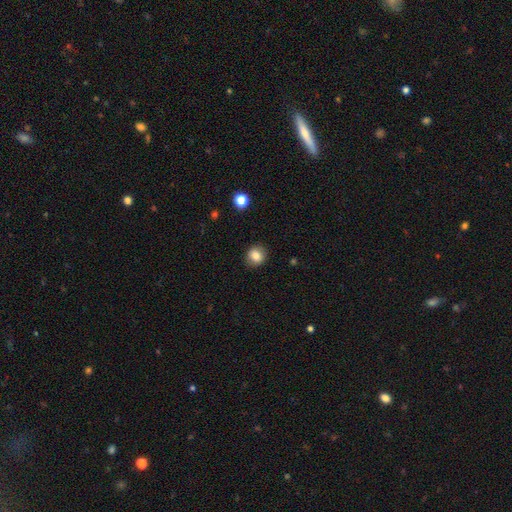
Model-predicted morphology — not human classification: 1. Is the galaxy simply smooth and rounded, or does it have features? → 81% smooth, 10% star or artifact, 9% featured or disk.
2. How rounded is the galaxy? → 81% round, 18% in between, 1% cigar-shaped.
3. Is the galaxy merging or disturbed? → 89% none, 8% minor disturbance, 2% major disturbance, 1% merger.